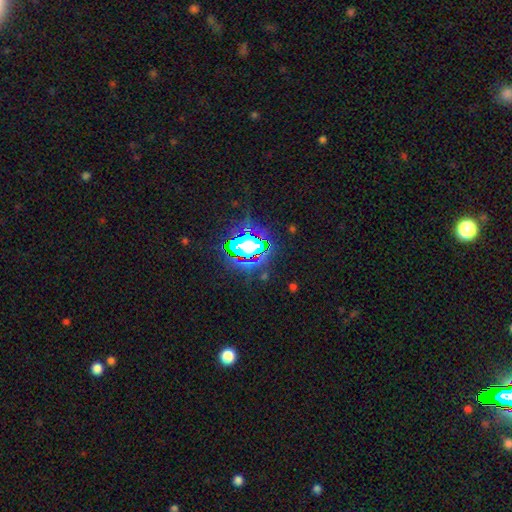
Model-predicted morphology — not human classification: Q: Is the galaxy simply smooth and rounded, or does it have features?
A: star or artifact — 82%.